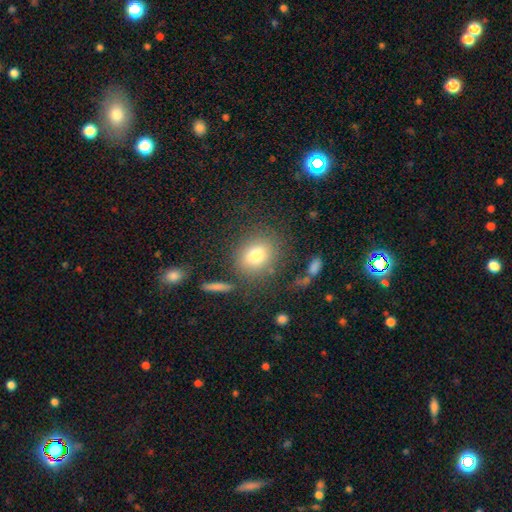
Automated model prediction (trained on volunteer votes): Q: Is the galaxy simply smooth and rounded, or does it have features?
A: smooth — 77%.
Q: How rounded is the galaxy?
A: round — 60%.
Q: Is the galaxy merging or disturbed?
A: none — 77%.